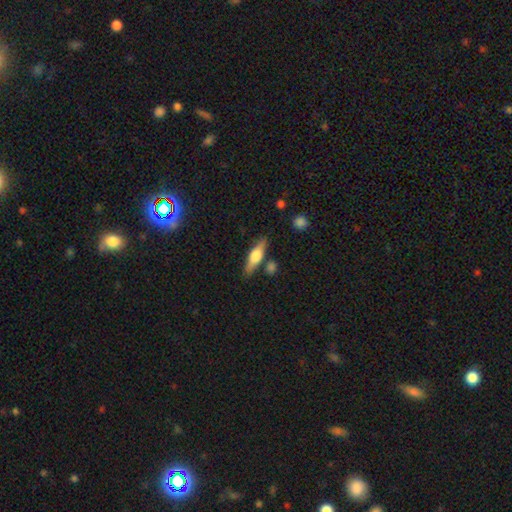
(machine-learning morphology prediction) Smooth or featured? featured or disk (51%)
Edge-on disk? yes (93%)
Merging? none (80%)